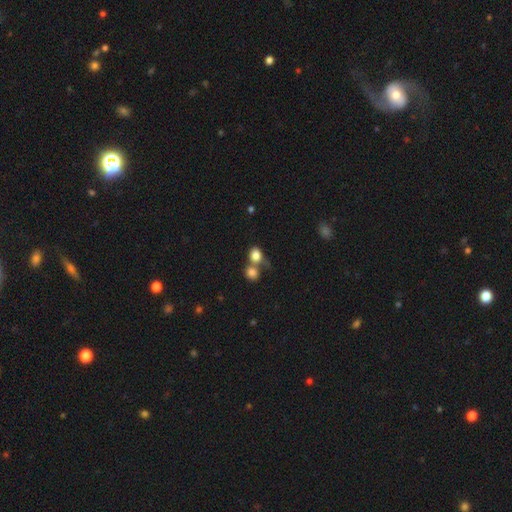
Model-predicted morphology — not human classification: Smooth or featured? Predicted: smooth (p=0.82). How rounded? Predicted: round (p=0.52). Merging? Predicted: merger (p=0.54).